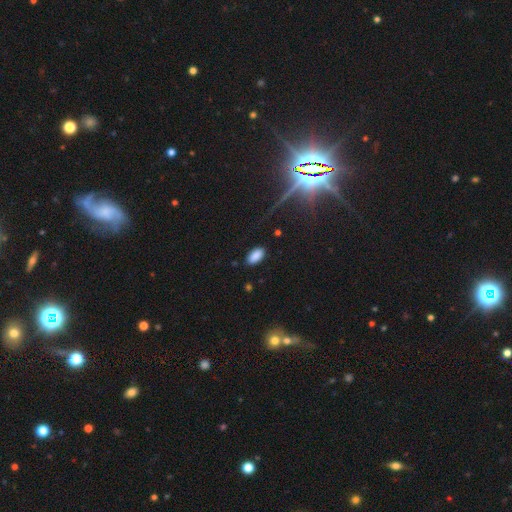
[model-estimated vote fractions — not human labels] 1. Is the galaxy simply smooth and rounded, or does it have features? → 86% smooth, 10% star or artifact, 4% featured or disk.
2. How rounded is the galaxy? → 94% in between, 4% cigar-shaped, 3% round.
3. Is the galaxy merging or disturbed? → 86% none, 10% minor disturbance, 2% major disturbance, 1% merger.